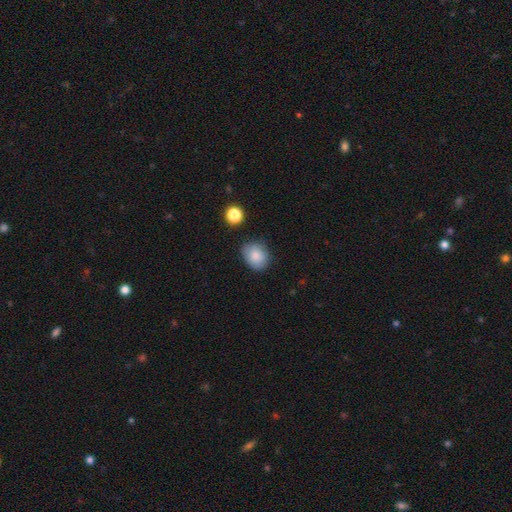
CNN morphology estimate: smooth-or-featured: smooth: 84% | star or artifact: 8% | featured or disk: 8%
  how-rounded: round: 51% | in between: 48% | cigar-shaped: 1%
  merging: none: 74% | minor disturbance: 19% | major disturbance: 4% | merger: 3%